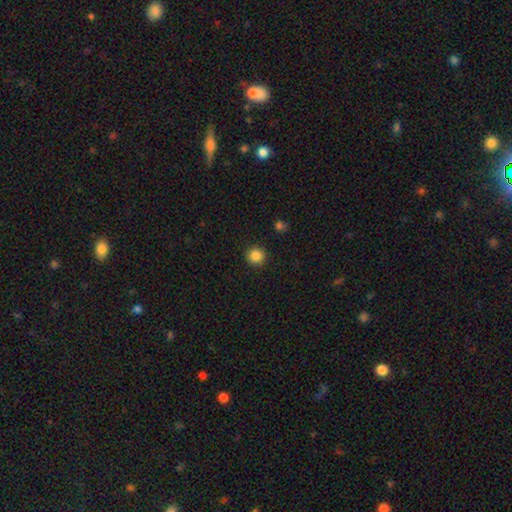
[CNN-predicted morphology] smooth-or-featured: smooth: 85% | star or artifact: 11% | featured or disk: 4%
  how-rounded: round: 93% | in between: 6% | cigar-shaped: 1%
  merging: none: 91% | minor disturbance: 6% | major disturbance: 2% | merger: 1%